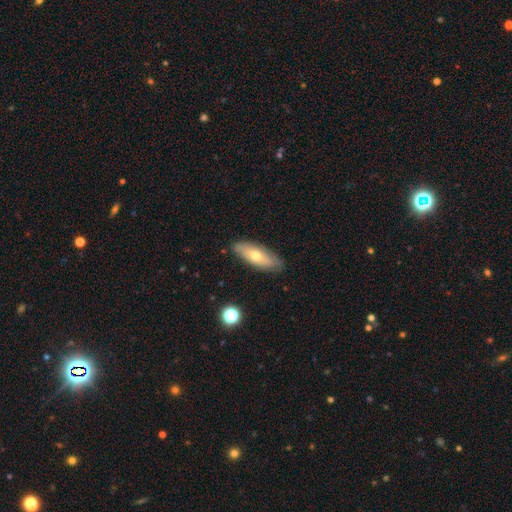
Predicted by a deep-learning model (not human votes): Smooth or featured? smooth (59%)
How rounded? in between (67%)
Merging? none (83%)